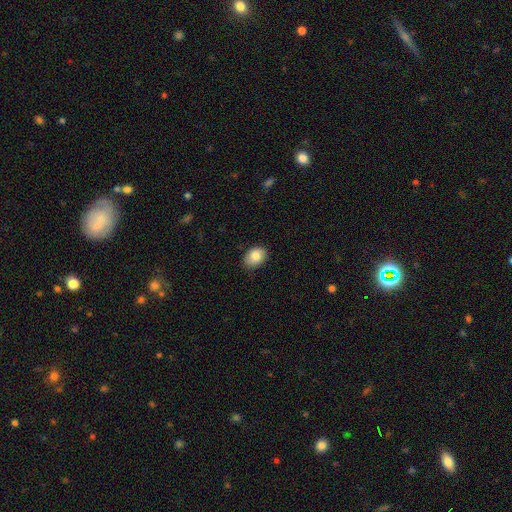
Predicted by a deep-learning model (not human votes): smooth_or_featured: smooth (p=0.84) [alt: featured or disk p=0.09]
how_rounded: in between (p=0.71) [alt: round p=0.28]
merging: none (p=0.83) [alt: minor disturbance p=0.14]